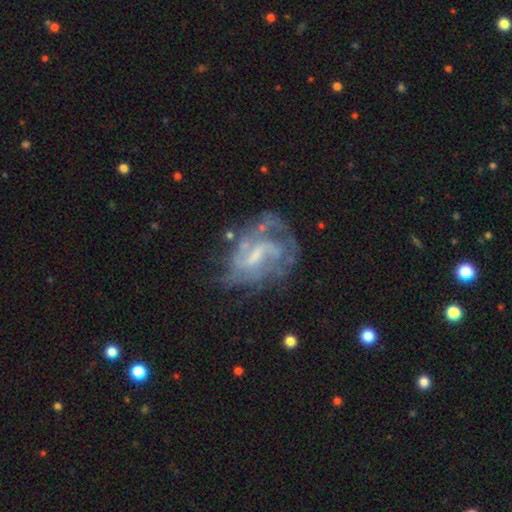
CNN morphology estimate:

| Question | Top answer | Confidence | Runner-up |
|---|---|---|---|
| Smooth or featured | featured or disk | 81% | smooth (12%) |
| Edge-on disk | no | 97% | yes (3%) |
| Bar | weak | 56% | no (24%) |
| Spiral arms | yes | 83% | no (17%) |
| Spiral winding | medium | 44% | tight (36%) |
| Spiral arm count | can't tell | 36% | 2 (32%) |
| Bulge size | small | 43% | moderate (30%) |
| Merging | none | 50% | major disturbance (23%) |